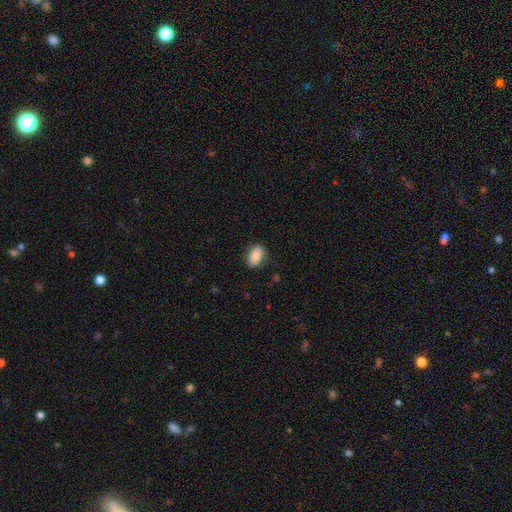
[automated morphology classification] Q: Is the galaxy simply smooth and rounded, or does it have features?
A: smooth — 81%.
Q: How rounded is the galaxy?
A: in between — 86%.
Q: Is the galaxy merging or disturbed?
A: none — 85%.